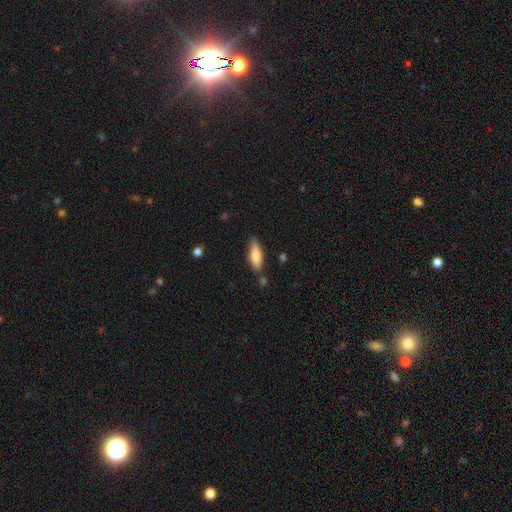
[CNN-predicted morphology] Smooth or featured?
  - smooth: 78% *
  - featured or disk: 16%
  - star or artifact: 6%
How rounded?
  - in between: 54% *
  - cigar-shaped: 44%
  - round: 2%
Merging?
  - none: 77% *
  - minor disturbance: 15%
  - merger: 5%
  - major disturbance: 3%